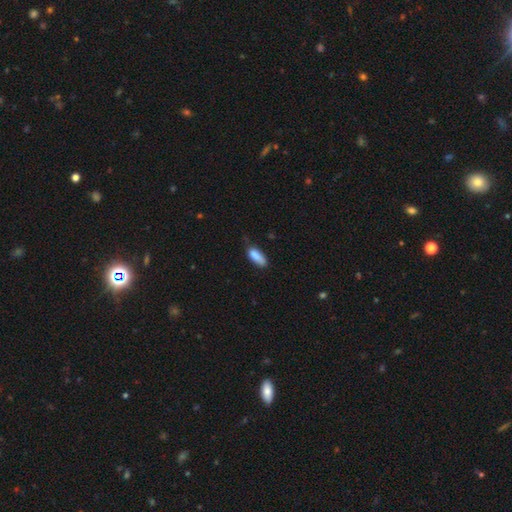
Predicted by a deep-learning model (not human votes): Smooth or featured? Predicted: smooth (p=0.85). How rounded? Predicted: in between (p=0.70). Merging? Predicted: none (p=0.54).